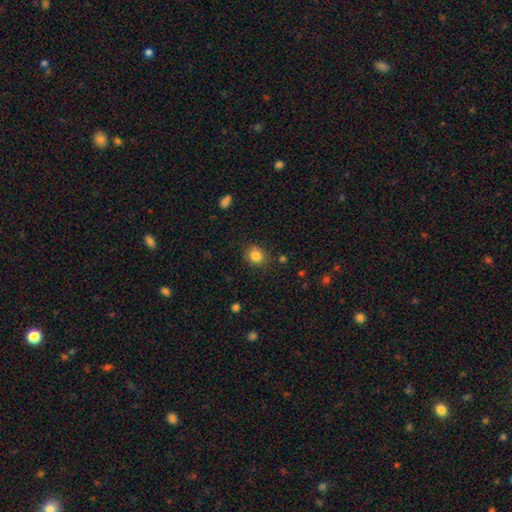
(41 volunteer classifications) This appears to be a smooth galaxy with no disk features (85%) that is round (80%). Merging: none (78%).